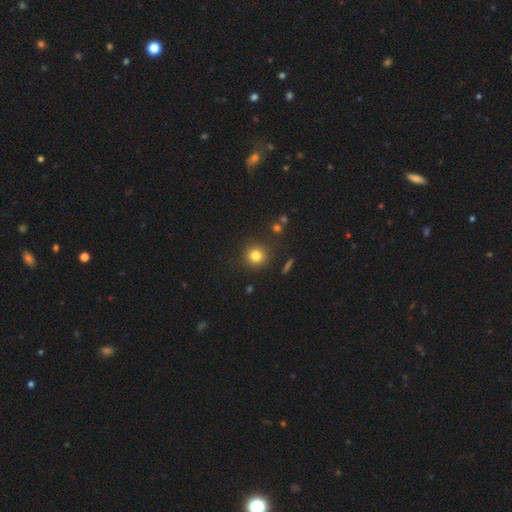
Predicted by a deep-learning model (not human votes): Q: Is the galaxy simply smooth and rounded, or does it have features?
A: smooth — 81%.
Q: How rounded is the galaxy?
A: round — 93%.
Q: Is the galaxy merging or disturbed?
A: none — 88%.